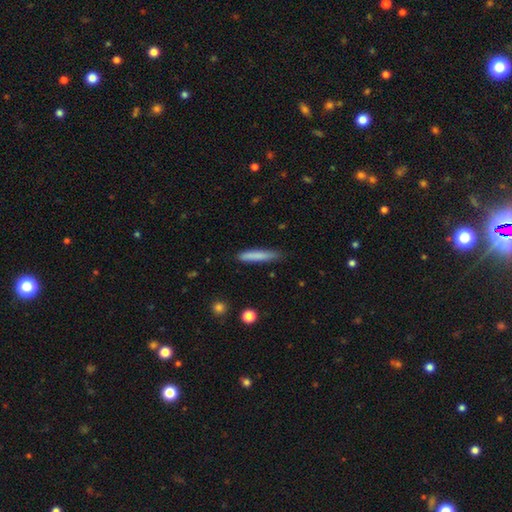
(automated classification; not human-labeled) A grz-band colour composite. It shows a smooth galaxy with no disk features (80%) that is cigar-shaped (92%). Merging: none (82%).